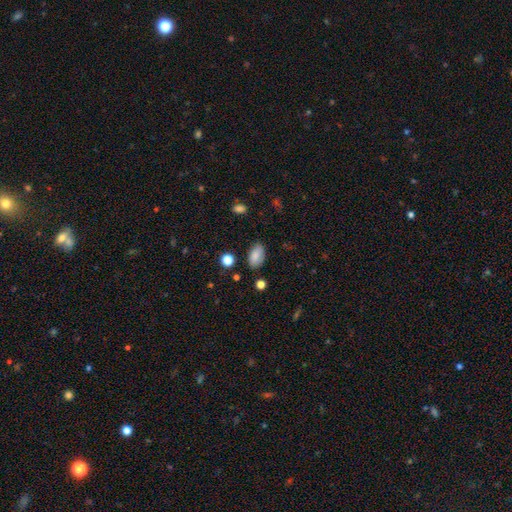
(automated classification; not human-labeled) Smooth or featured? Predicted: smooth (p=0.85). How rounded? Predicted: in between (p=0.93). Merging? Predicted: none (p=0.83).